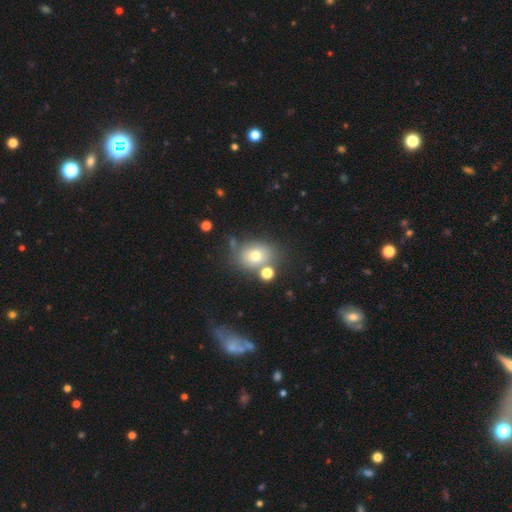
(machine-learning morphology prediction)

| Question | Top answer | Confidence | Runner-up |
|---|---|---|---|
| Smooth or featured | smooth | 71% | featured or disk (15%) |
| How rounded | round | 57% | in between (42%) |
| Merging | none | 65% | merger (16%) |